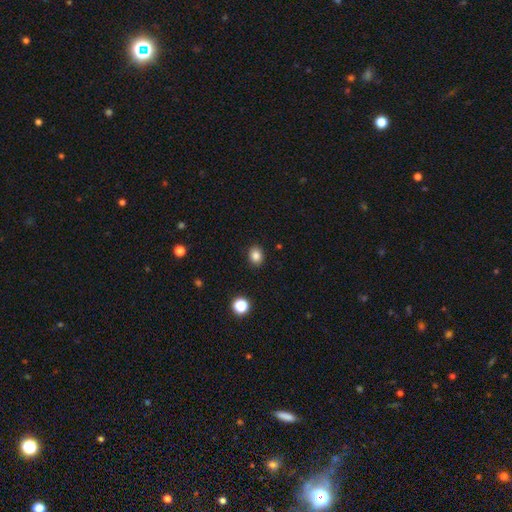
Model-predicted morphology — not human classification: Q: Smooth or featured?
A: smooth (85%); runner-up: star or artifact (11%)
Q: How rounded?
A: round (55%); runner-up: in between (44%)
Q: Merging?
A: none (90%); runner-up: minor disturbance (7%)